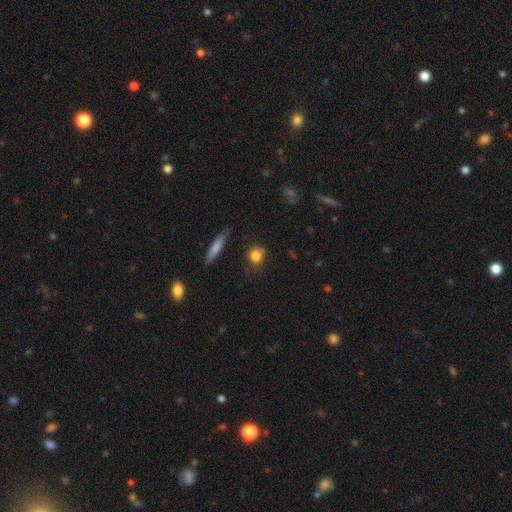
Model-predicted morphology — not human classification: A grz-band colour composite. It shows a smooth galaxy with no disk features (81%) that is round (70%). Merging: none (75%).